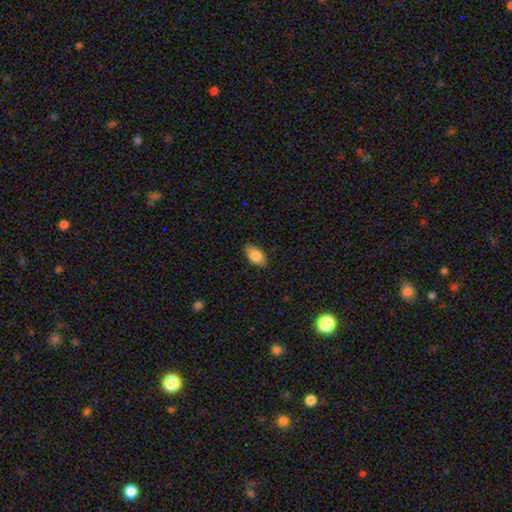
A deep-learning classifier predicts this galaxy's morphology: Smooth or featured? Predicted: smooth (p=0.85). How rounded? Predicted: in between (p=0.91). Merging? Predicted: none (p=0.84).